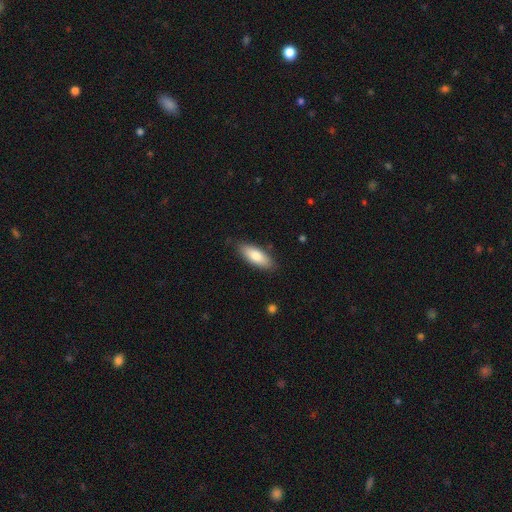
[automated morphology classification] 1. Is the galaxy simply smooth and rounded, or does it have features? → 79% smooth, 15% featured or disk, 6% star or artifact.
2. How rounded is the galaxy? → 74% in between, 24% cigar-shaped, 2% round.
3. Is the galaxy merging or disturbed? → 84% none, 13% minor disturbance, 2% major disturbance, 1% merger.